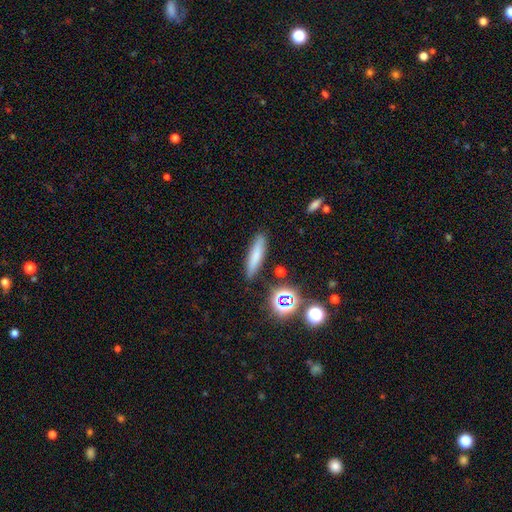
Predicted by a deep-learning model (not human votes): Overall: smooth (72%). How rounded: cigar-shaped (81%). Merging: none (85%).